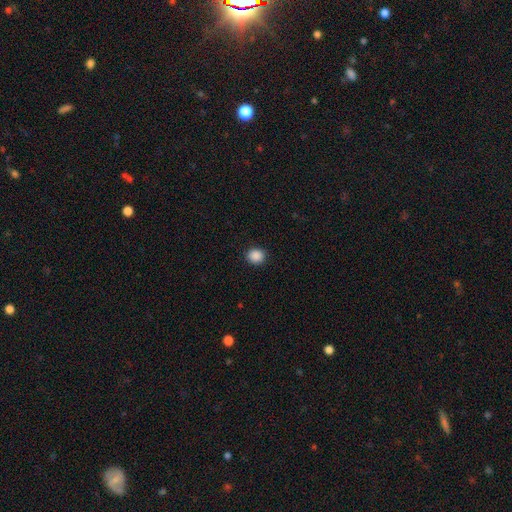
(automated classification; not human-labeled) smooth 89%, star or artifact 9%, featured or disk 2%. Down the decision tree: how rounded — round (78%); merging — none (90%).